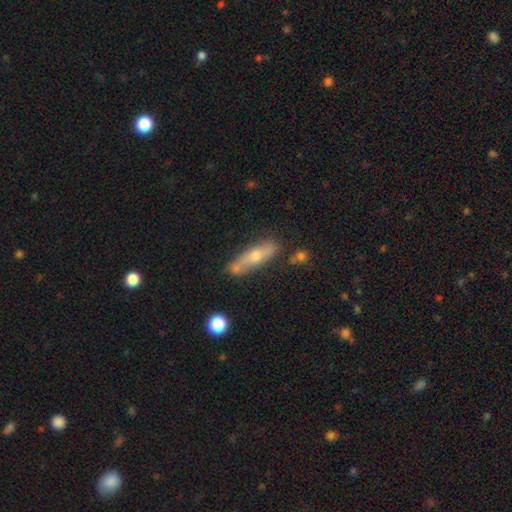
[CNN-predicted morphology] This is possibly a smooth galaxy (51%). How rounded: likely cigar-shaped (65%). Merging: likely none (67%).